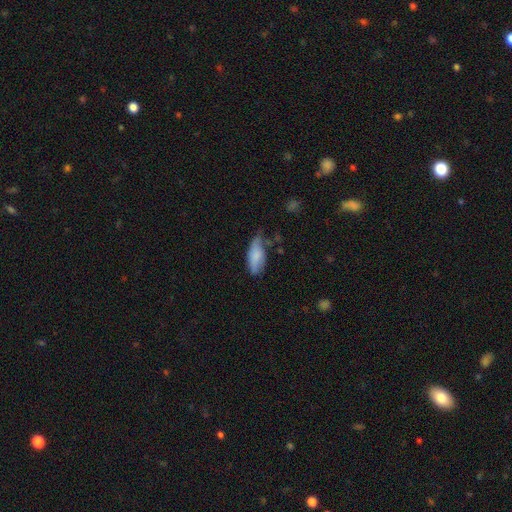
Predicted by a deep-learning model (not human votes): This appears to be a smooth galaxy with no disk features (76%) that is in between round and cigar-shaped (80%). Merging: none (41%, tied with minor disturbance).